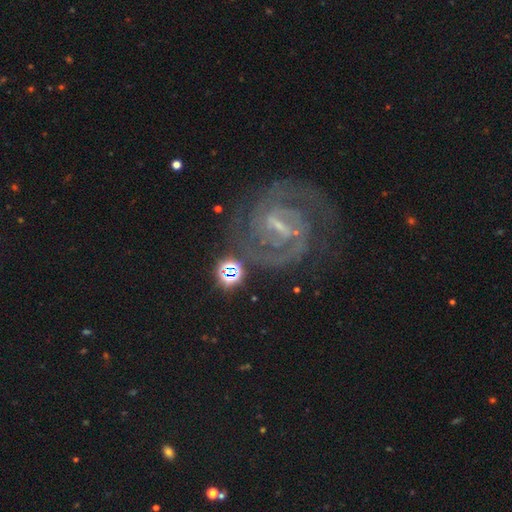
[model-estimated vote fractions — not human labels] Morphology: type=featured or disk (84%); edge-on=no (97%); bar=weak (47%); spiral arms=yes (97%); winding=tight (45%, tied with medium); arm count=2 (79%); bulge=small (70%); merging=none (73%).